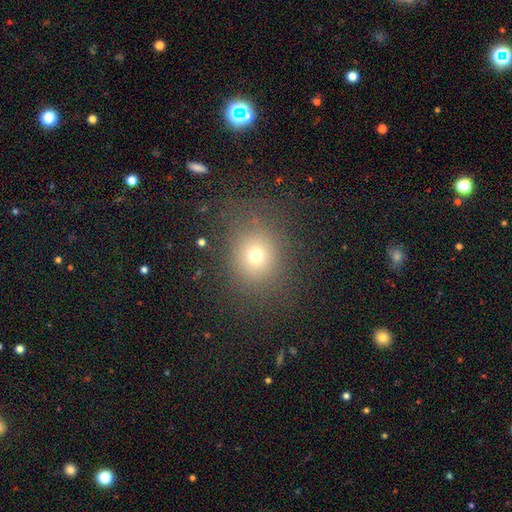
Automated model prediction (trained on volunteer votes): This is likely a smooth galaxy (68%). How rounded: likely round (69%). Merging: likely none (76%).